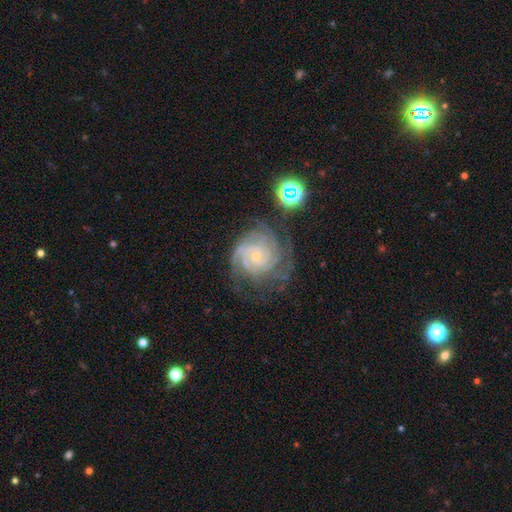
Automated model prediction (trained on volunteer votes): Morphology: type=featured or disk (88%); edge-on=no (98%); bar=no (74%); spiral arms=yes (98%); winding=tight (80%); arm count=3 (25%); bulge=small (81%); merging=none (66%).